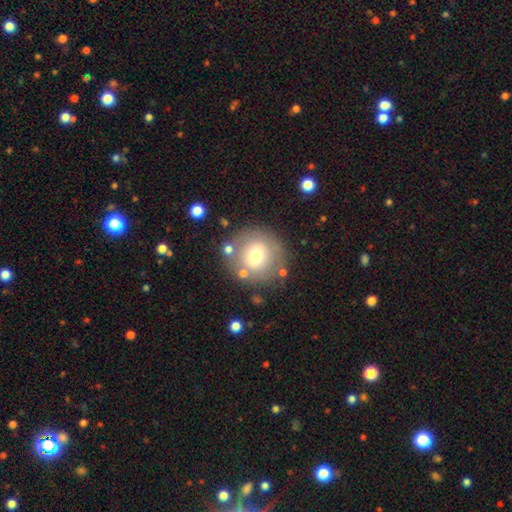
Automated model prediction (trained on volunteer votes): Smooth or featured? Predicted: smooth (p=0.66). How rounded? Predicted: round (p=0.93). Merging? Predicted: none (p=0.78).